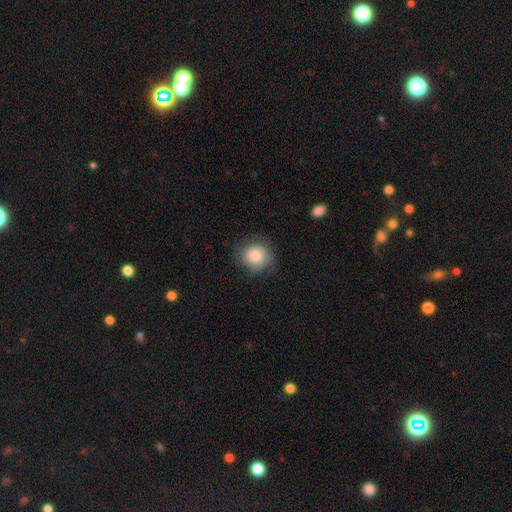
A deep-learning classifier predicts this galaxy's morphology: Overall: smooth (79%). How rounded: round (87%). Merging: none (73%).